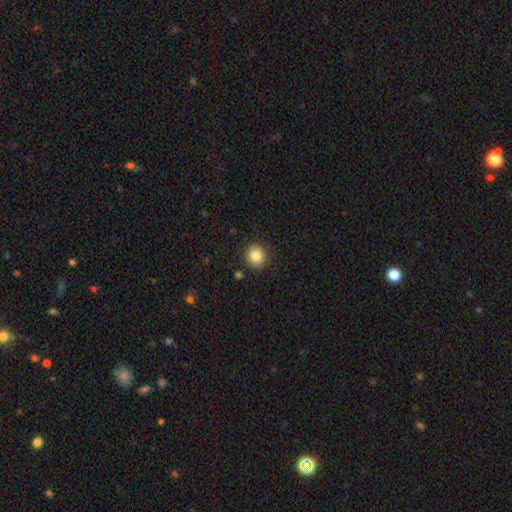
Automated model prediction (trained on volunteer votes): smooth_or_featured: smooth (p=0.86) [alt: star or artifact p=0.10]
how_rounded: round (p=0.86) [alt: in between p=0.13]
merging: none (p=0.89) [alt: minor disturbance p=0.07]